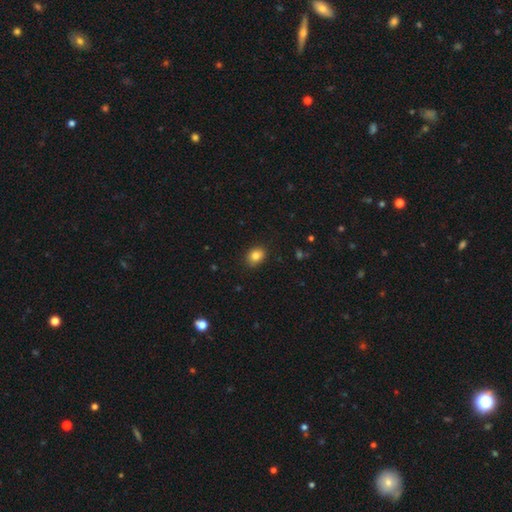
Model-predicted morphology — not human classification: Smooth or featured: smooth — 83% (star or artifact — 10%)
How rounded: in between — 59% (round — 40%)
Merging: none — 87% (minor disturbance — 10%)